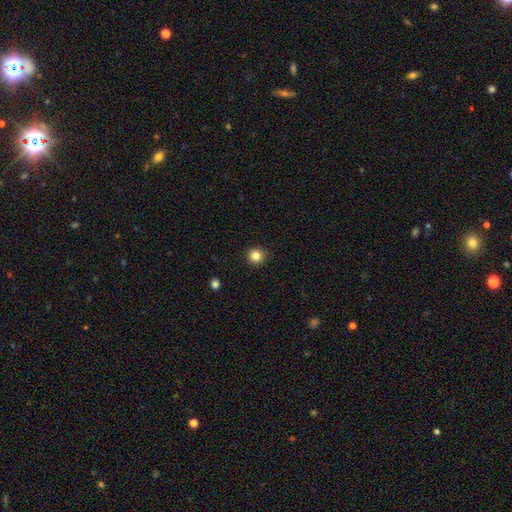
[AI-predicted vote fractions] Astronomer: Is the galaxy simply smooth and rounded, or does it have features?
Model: smooth — 83%.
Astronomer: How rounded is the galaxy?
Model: round — 94%.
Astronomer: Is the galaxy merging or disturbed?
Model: none — 92%.